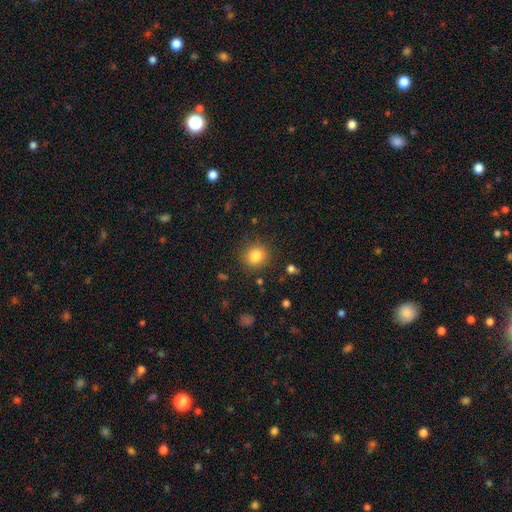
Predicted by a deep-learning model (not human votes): smooth-or-featured: smooth: 83% | star or artifact: 11% | featured or disk: 6%
  how-rounded: round: 85% | in between: 14% | cigar-shaped: 1%
  merging: none: 85% | minor disturbance: 10% | major disturbance: 3% | merger: 2%